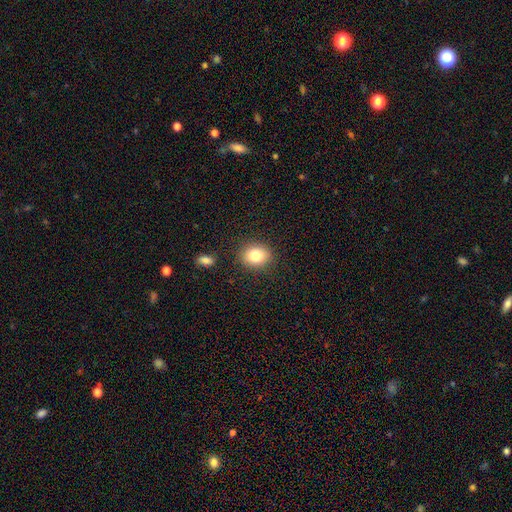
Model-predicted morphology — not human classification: Overall: smooth (82%). How rounded: round (57%; in between 42%). Merging: none (86%).